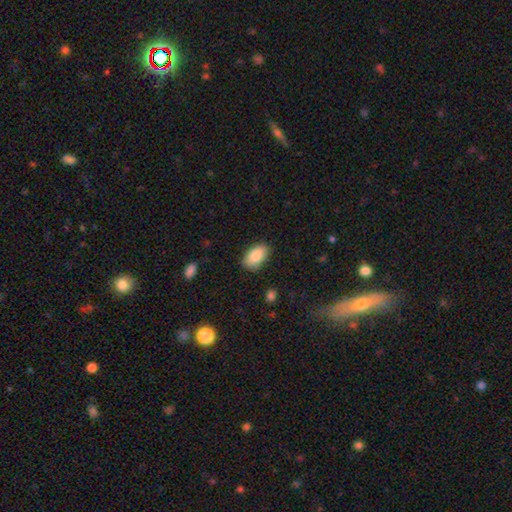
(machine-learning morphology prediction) smooth 87%, featured or disk 6%, star or artifact 6%. Down the decision tree: how rounded — in between (93%); merging — none (84%).